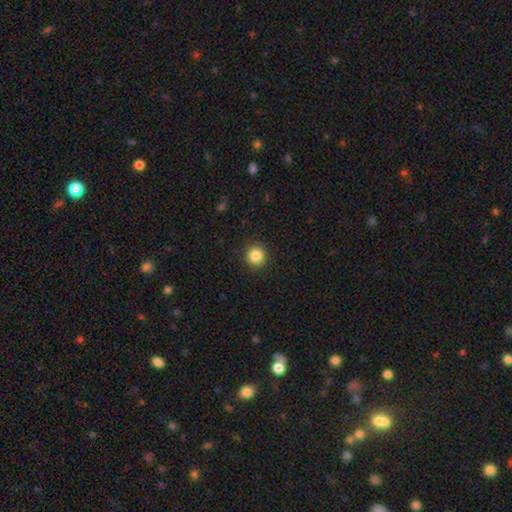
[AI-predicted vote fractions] Smooth or featured: smooth — 86% (star or artifact — 10%)
How rounded: round — 94% (in between — 5%)
Merging: none — 91% (minor disturbance — 6%)